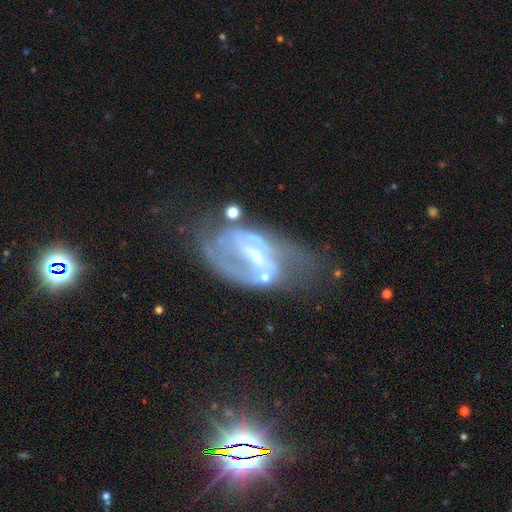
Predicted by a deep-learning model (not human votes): Morphology: type=featured or disk (84%); edge-on=no (95%); bar=weak (42%, tied with strong); spiral arms=yes (85%); winding=medium (46%); arm count=2 (67%); bulge=small (58%); merging=none (46%).